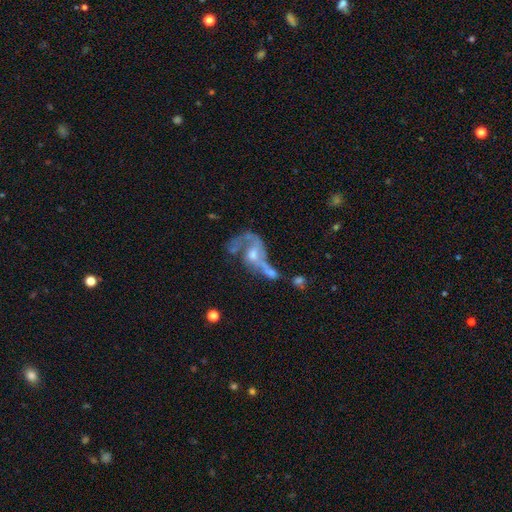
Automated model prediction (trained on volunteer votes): smooth-or-featured: featured or disk: 69% | smooth: 18% | star or artifact: 12%
  disk-edge-on: no: 94% | yes: 6%
    bar: no: 68% | weak: 24% | strong: 7%
    has-spiral-arms: yes: 57% | no: 43%
    bulge-size: moderate: 52% | small: 31% | none: 10% | large: 6% | dominant: 2%
  merging: merger: 43% | major disturbance: 29% | none: 18% | minor disturbance: 11%